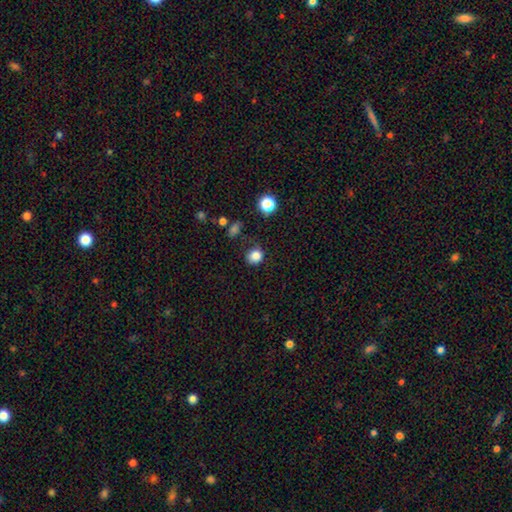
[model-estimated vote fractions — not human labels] The model was most divided on "merging": none: 71%, minor disturbance: 20%, major disturbance: 7%, merger: 3%. More confident: smooth or featured — smooth (84%); how rounded — round (81%).